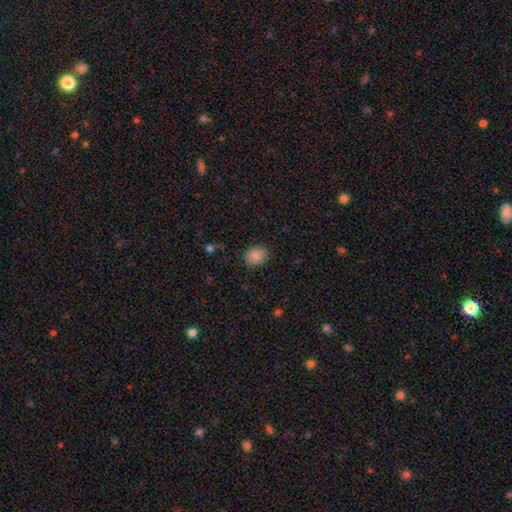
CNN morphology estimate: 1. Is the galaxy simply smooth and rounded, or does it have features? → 87% smooth, 9% star or artifact, 4% featured or disk.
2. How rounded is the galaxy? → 58% round, 41% in between, 1% cigar-shaped.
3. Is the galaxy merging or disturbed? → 85% none, 11% minor disturbance, 3% major disturbance, 1% merger.